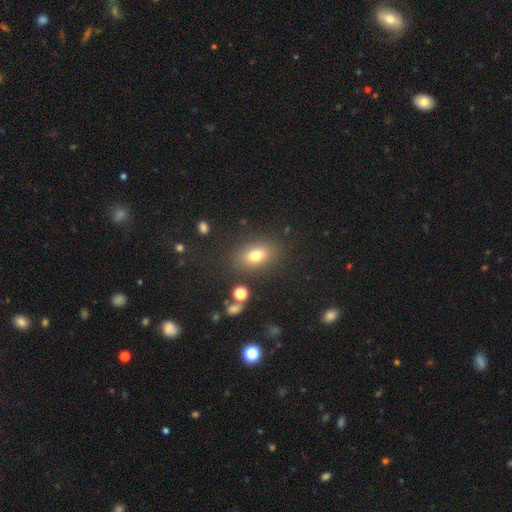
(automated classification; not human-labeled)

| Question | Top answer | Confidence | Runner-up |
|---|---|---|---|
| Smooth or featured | smooth | 75% | featured or disk (12%) |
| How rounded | in between | 78% | round (19%) |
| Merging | none | 82% | minor disturbance (11%) |